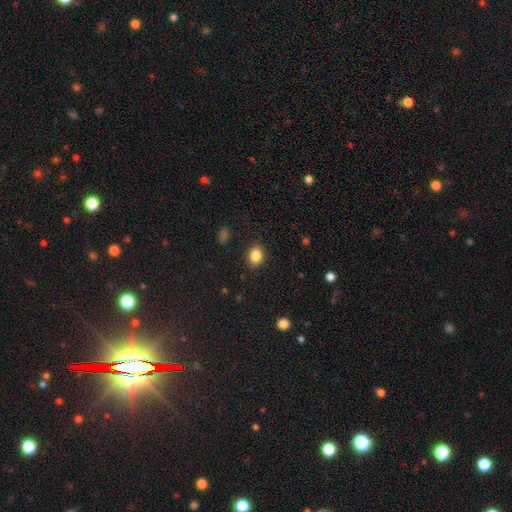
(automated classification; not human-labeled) A smooth galaxy with no disk features (85%) that is in between round and cigar-shaped (60%).

Vote fractions:
- Smooth or featured? smooth: 85% / star or artifact: 10% / featured or disk: 5%
- How rounded? in between: 60% / round: 39% / cigar-shaped: 1%
- Merging? none: 87% / minor disturbance: 9% / major disturbance: 2% / merger: 1%